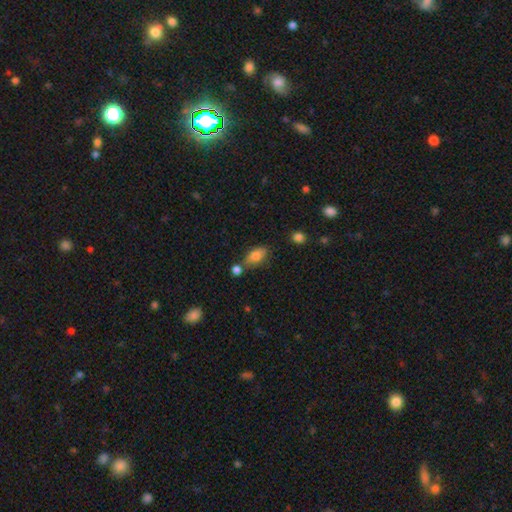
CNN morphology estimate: Smooth or featured? smooth (79%)
How rounded? in between (86%)
Merging? none (62%)